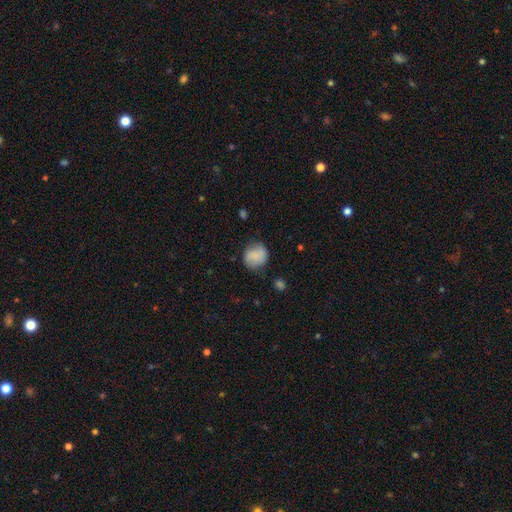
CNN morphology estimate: A smooth galaxy with no disk features (73%) that is round (80%).

Vote fractions:
- Smooth or featured? smooth: 73% / featured or disk: 18% / star or artifact: 8%
- How rounded? round: 80% / in between: 18% / cigar-shaped: 1%
- Merging? none: 73% / minor disturbance: 20% / major disturbance: 6% / merger: 2%